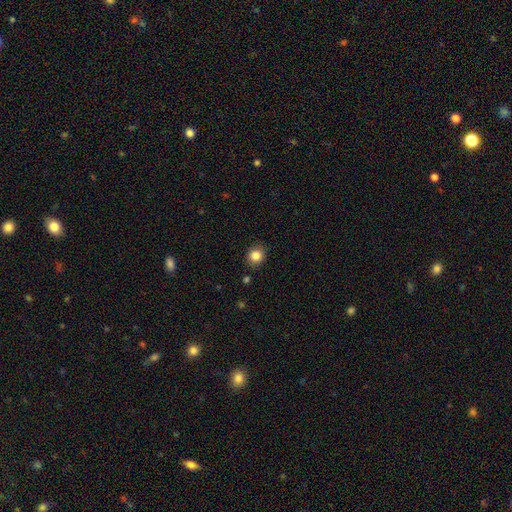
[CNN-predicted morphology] Smooth or featured?
  - smooth: 84% *
  - star or artifact: 11%
  - featured or disk: 5%
How rounded?
  - round: 82% *
  - in between: 17%
  - cigar-shaped: 1%
Merging?
  - none: 88% *
  - minor disturbance: 8%
  - major disturbance: 2%
  - merger: 1%